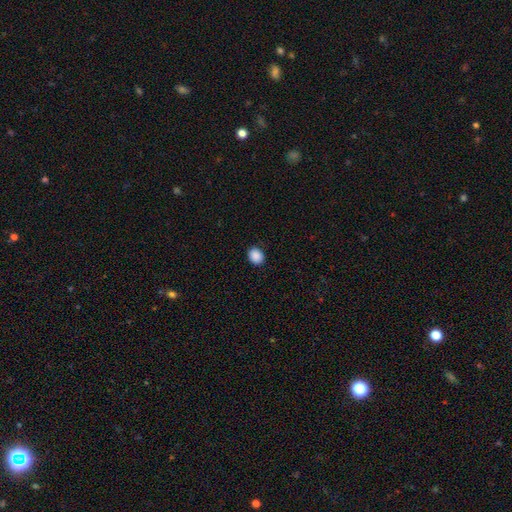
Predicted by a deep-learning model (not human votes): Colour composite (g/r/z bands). It shows a smooth galaxy with no disk features (89%) that is round (54%). Merging: none (90%).